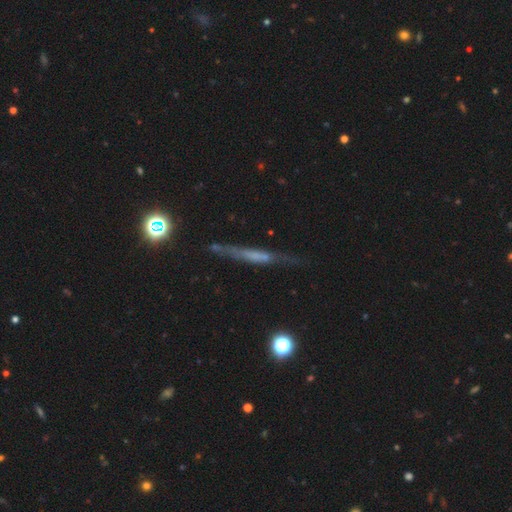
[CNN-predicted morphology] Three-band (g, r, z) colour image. It shows a featured or disk galaxy (54%) viewed edge-on (88%). Merging: none (69%).